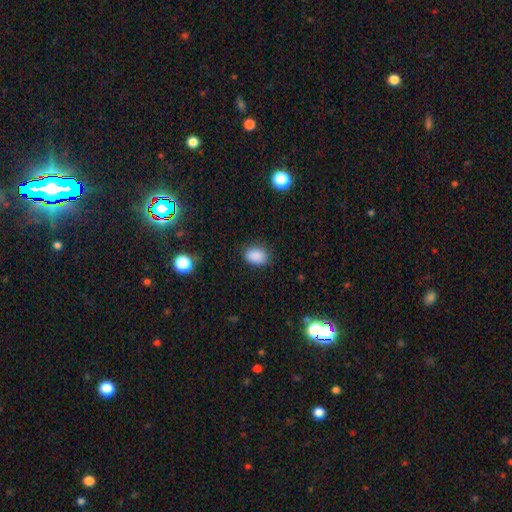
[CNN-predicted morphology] smooth_or_featured: smooth (p=0.87) [alt: star or artifact p=0.10]
how_rounded: in between (p=0.81) [alt: round p=0.18]
merging: none (p=0.82) [alt: minor disturbance p=0.14]